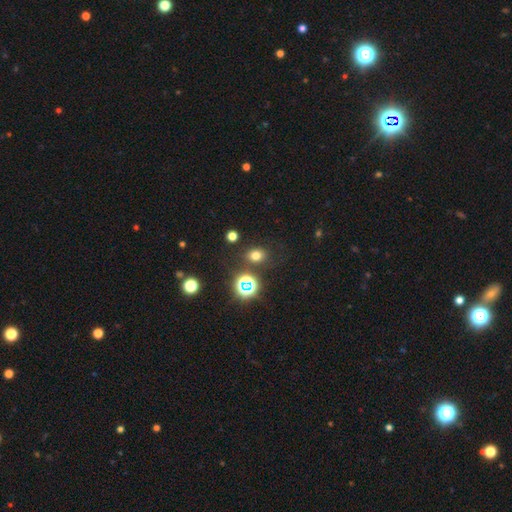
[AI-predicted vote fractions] Smooth or featured? Predicted: smooth (p=0.68). How rounded? Predicted: round (p=0.56). Merging? Predicted: none (p=0.79).